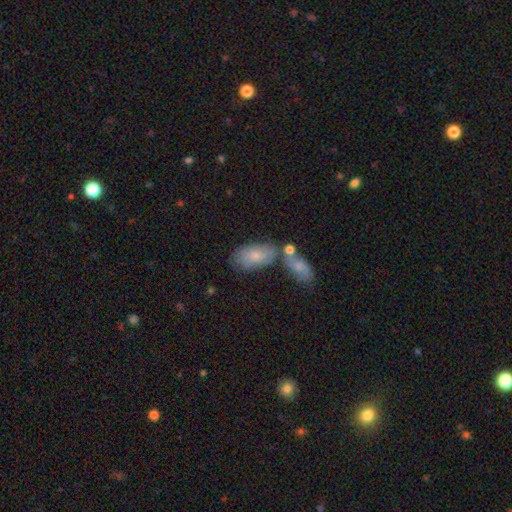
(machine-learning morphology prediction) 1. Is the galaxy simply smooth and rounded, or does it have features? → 72% smooth, 21% featured or disk, 7% star or artifact.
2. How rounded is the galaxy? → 91% in between, 5% cigar-shaped, 4% round.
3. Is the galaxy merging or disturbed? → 50% none, 26% merger, 18% minor disturbance, 6% major disturbance.